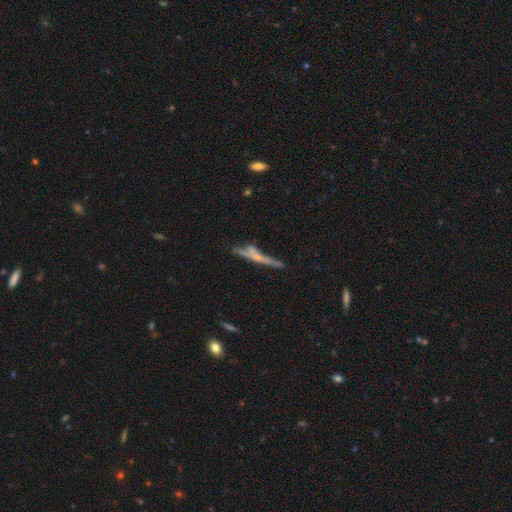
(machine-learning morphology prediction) A featured or disk galaxy (60%) viewed edge-on (88%) with a rounded central bulge (51%). Merging: none (57%).